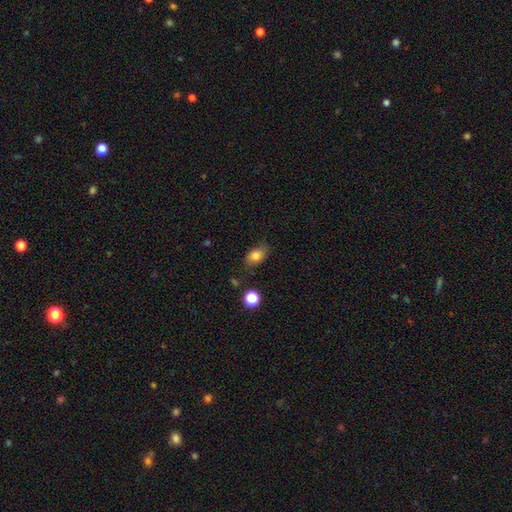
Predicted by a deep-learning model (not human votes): This appears to be a smooth galaxy with no disk features (81%) that is in between round and cigar-shaped (79%). Merging: none (76%).